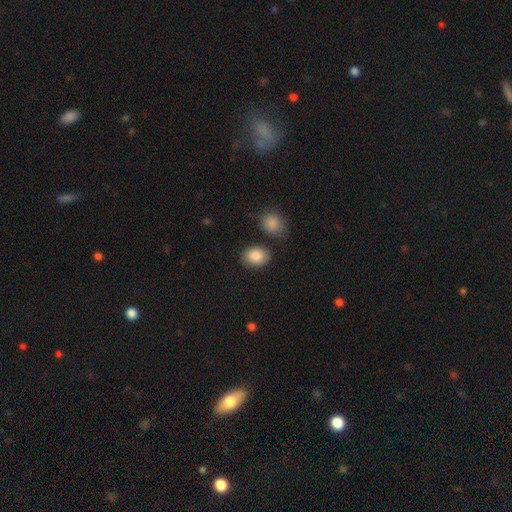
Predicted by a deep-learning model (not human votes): A smooth galaxy with no disk features (88%) that is in between round and cigar-shaped (70%). Merging: none (78%).